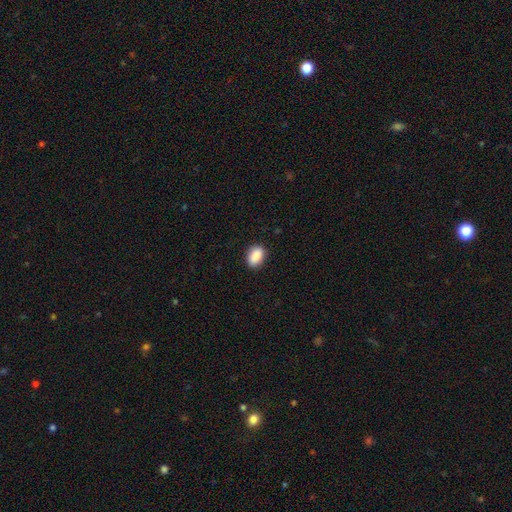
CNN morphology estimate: smooth-or-featured: smooth: 89% | star or artifact: 7% | featured or disk: 3%
  how-rounded: in between: 85% | round: 13% | cigar-shaped: 2%
  merging: none: 87% | minor disturbance: 10% | major disturbance: 2% | merger: 1%